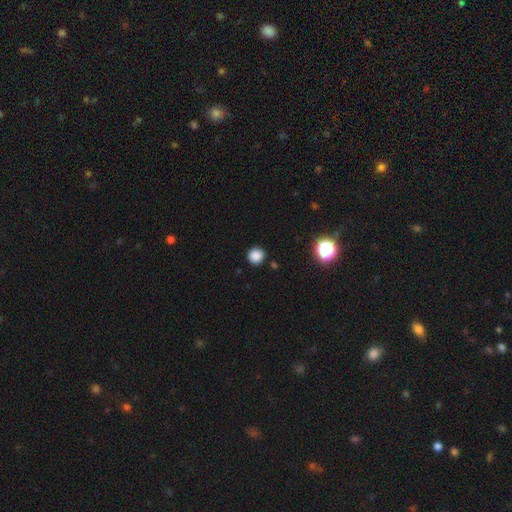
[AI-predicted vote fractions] Smooth or featured? Predicted: smooth (p=0.85). How rounded? Predicted: round (p=0.93). Merging? Predicted: none (p=0.91).